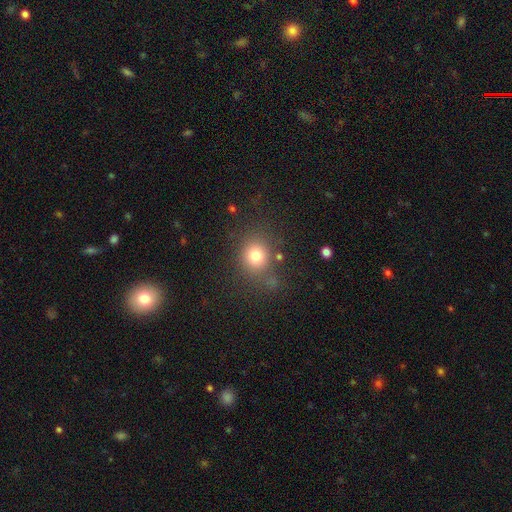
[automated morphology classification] This appears to be a smooth galaxy with no disk features (78%) that is round (77%). Merging: none (73%).